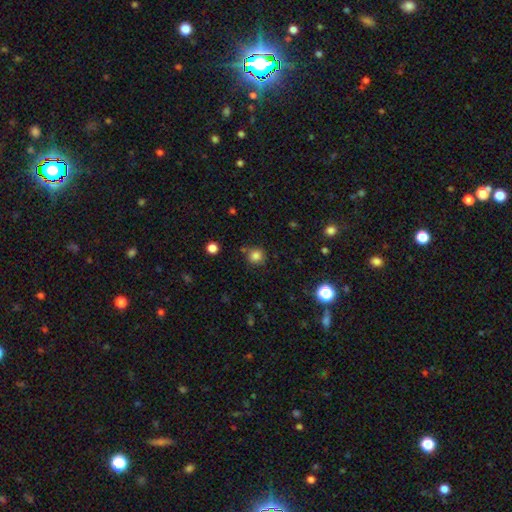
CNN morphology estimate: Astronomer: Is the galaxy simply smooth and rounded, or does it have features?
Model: smooth — 83%.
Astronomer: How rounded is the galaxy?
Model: round — 91%.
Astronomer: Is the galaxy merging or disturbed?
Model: none — 81%.